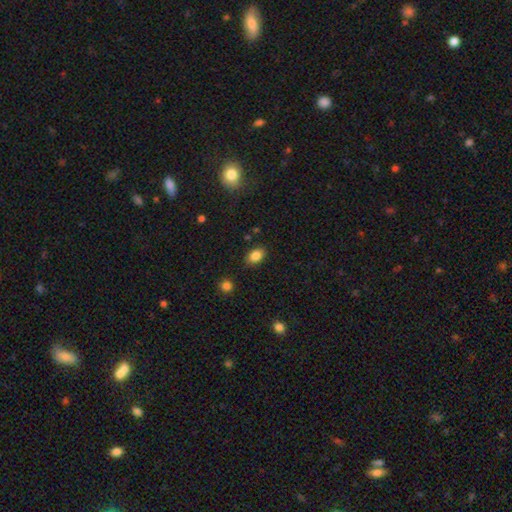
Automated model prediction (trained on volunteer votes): A smooth galaxy with no disk features (85%) that is in between round and cigar-shaped (80%).

Vote fractions:
- Smooth or featured? smooth: 85% / star or artifact: 10% / featured or disk: 6%
- How rounded? in between: 80% / round: 19% / cigar-shaped: 1%
- Merging? none: 84% / minor disturbance: 11% / major disturbance: 3% / merger: 2%